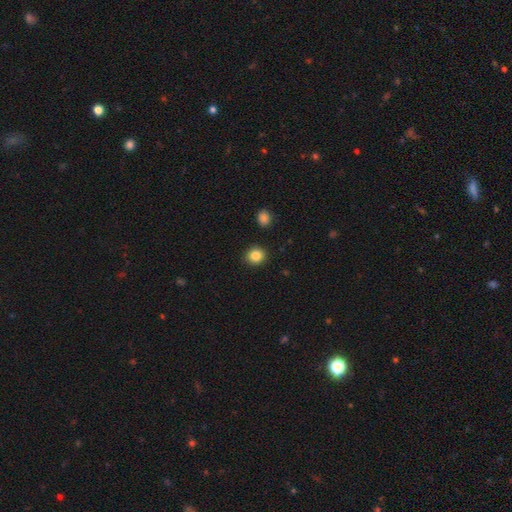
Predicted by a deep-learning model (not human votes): Smooth or featured? Predicted: smooth (p=0.85). How rounded? Predicted: round (p=0.85). Merging? Predicted: none (p=0.90).